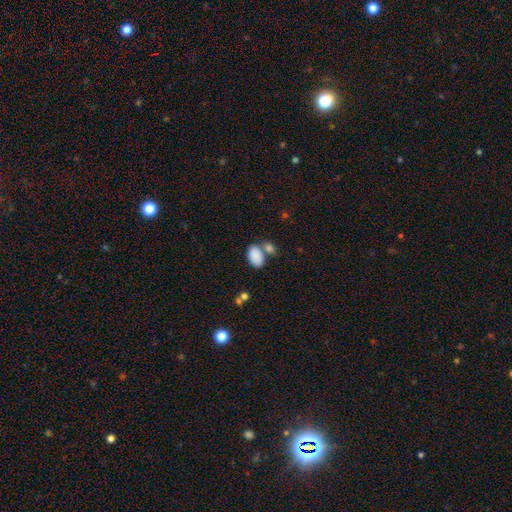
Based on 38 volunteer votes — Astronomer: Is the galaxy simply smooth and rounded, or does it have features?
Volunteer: smooth — 92%.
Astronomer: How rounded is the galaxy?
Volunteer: in between — 94%.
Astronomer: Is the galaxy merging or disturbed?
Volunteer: none — 72%.